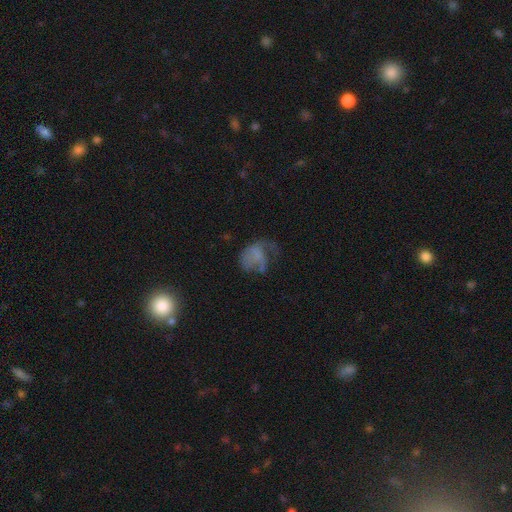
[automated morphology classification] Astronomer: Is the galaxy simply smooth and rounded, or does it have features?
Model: featured or disk — 44% (runner-up: smooth, 43%).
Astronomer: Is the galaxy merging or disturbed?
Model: major disturbance — 50% (runner-up: none, 26%).